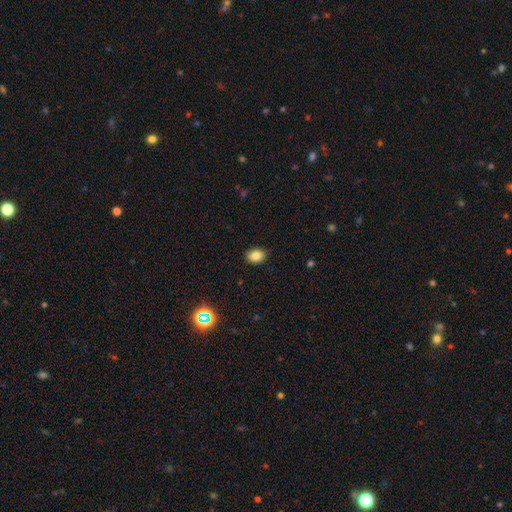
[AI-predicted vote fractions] The model was most divided on "how rounded": in between: 63%, round: 36%, cigar-shaped: 1%. More confident: merging — none (89%); smooth or featured — smooth (84%).